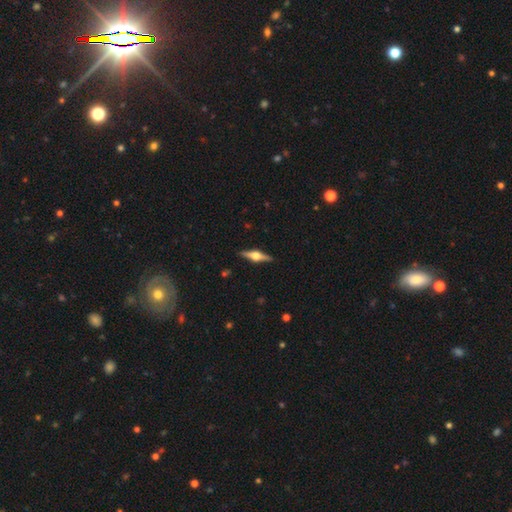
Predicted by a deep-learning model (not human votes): Smooth or featured? featured or disk (75%)
Edge-on disk? yes (98%)
Edge-on bulge? rounded (94%)
Merging? none (90%)